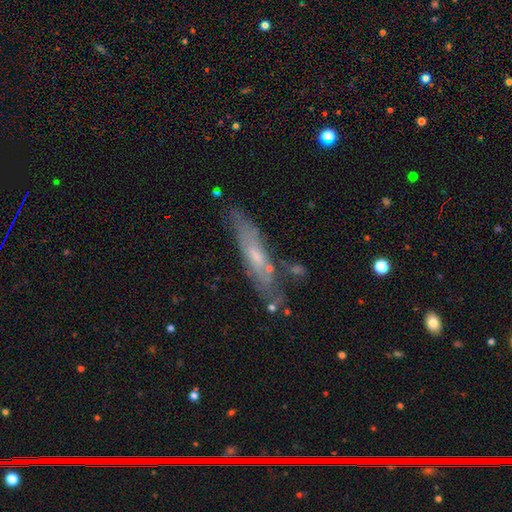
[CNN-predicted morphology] type=featured or disk (54%); edge-on=yes (55%); merging=none (67%).